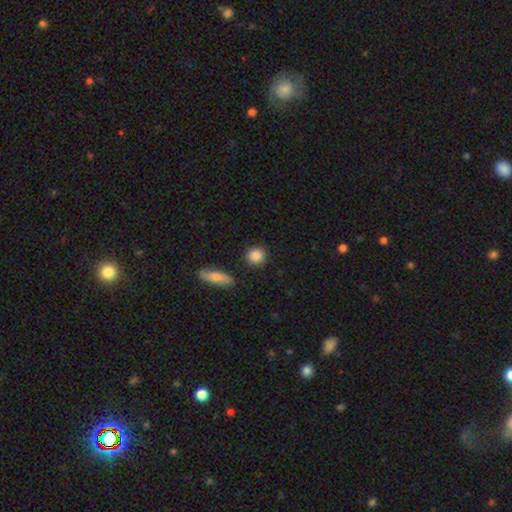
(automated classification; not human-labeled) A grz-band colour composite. It shows a smooth galaxy with no disk features (87%) that is round (88%). Merging: none (88%).